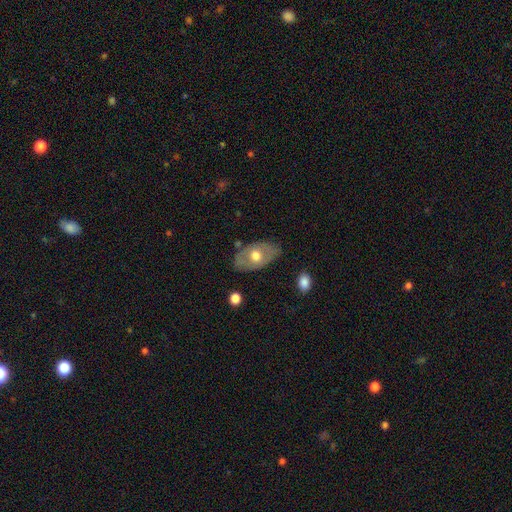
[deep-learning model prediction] This is possibly a smooth galaxy (51%). How rounded: clearly in between (90%). Merging: likely none (76%).